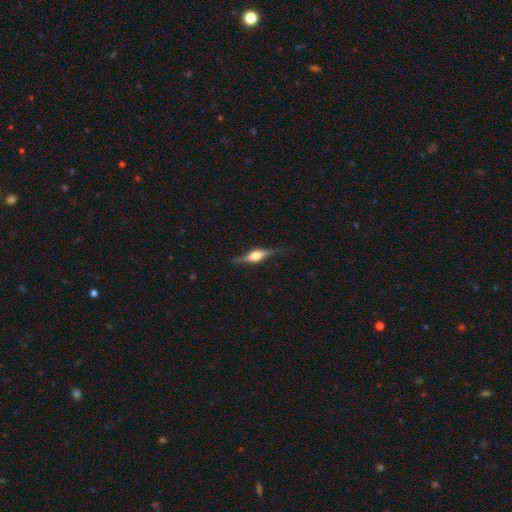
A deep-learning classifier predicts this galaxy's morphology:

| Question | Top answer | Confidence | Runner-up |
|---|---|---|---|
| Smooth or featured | featured or disk | 76% | smooth (18%) |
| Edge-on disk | yes | 96% | no (4%) |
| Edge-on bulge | rounded | 89% | boxy (10%) |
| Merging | none | 81% | minor disturbance (14%) |